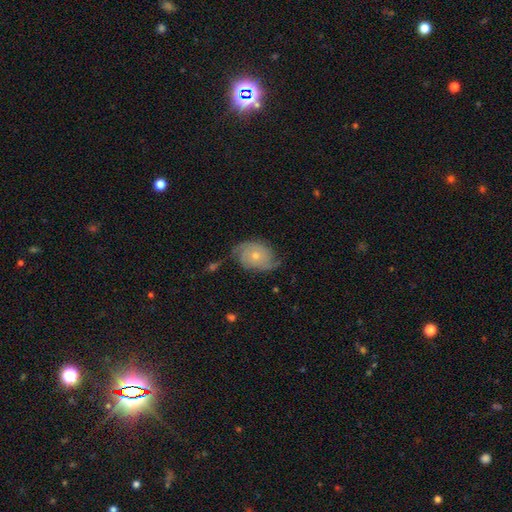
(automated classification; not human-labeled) Morphology: type=featured or disk (72%); edge-on=no (97%); bar=no (80%); spiral arms=yes (91%); winding=medium (37%); arm count=2 (73%); bulge=small (51%); merging=none (61%).